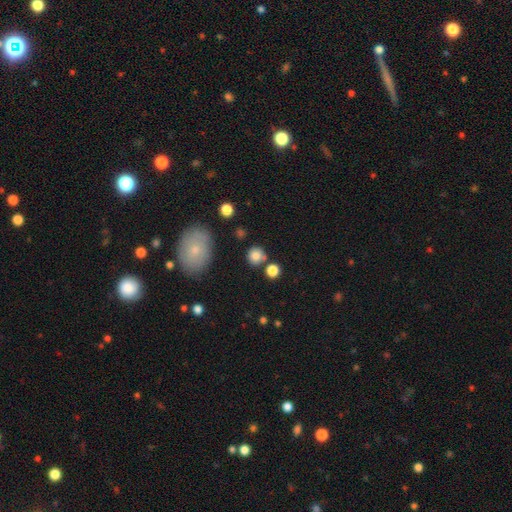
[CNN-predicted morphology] Smooth or featured? Predicted: smooth (p=0.80). How rounded? Predicted: round (p=0.89). Merging? Predicted: none (p=0.75).